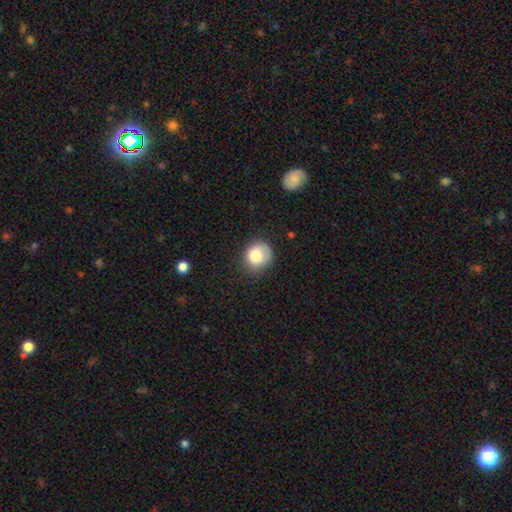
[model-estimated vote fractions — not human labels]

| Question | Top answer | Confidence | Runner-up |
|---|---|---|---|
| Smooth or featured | smooth | 82% | featured or disk (10%) |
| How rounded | round | 76% | in between (23%) |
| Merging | none | 65% | minor disturbance (24%) |